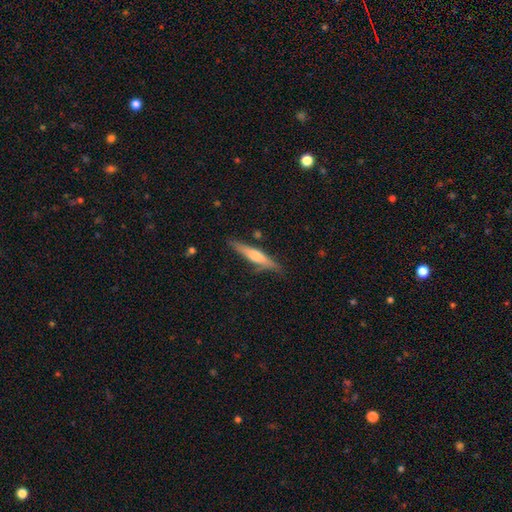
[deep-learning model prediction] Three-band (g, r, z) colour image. It shows a smooth galaxy with no disk features (54%) that is cigar-shaped (89%). Merging: none (79%).